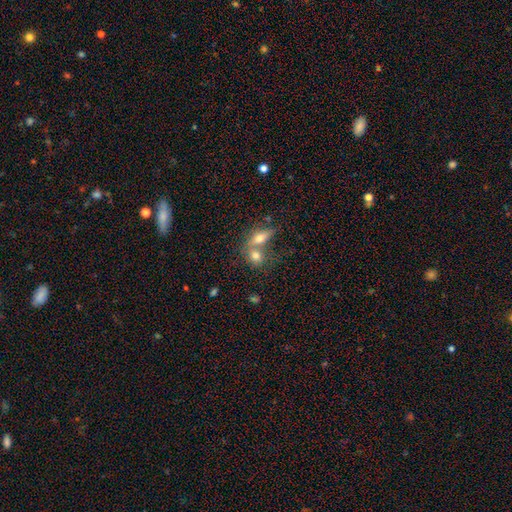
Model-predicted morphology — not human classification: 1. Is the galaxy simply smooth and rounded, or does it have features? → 72% smooth, 18% featured or disk, 9% star or artifact.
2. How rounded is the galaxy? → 55% in between, 38% round, 7% cigar-shaped.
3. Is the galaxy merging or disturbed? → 58% merger, 31% none, 7% minor disturbance, 4% major disturbance.